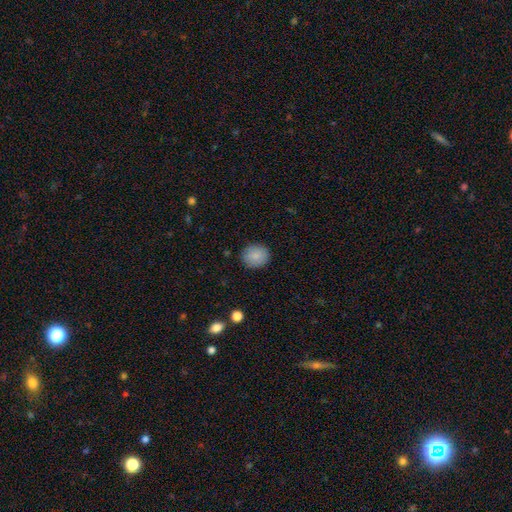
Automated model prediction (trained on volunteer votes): Morphology: type=smooth (86%); roundness=round (79%); merging=none (88%).